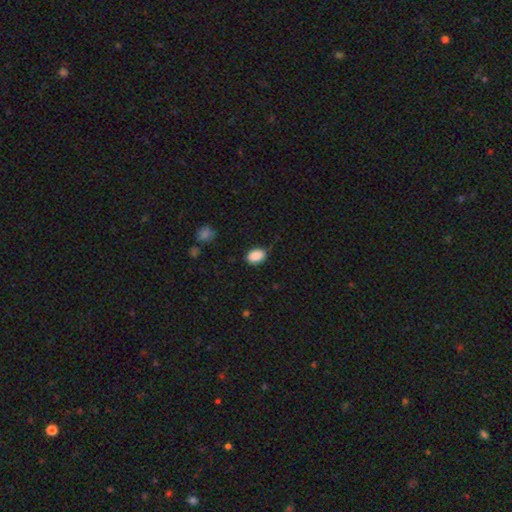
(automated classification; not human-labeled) Q: Smooth or featured?
A: smooth (89%); runner-up: star or artifact (8%)
Q: How rounded?
A: in between (80%); runner-up: round (19%)
Q: Merging?
A: none (81%); runner-up: minor disturbance (15%)